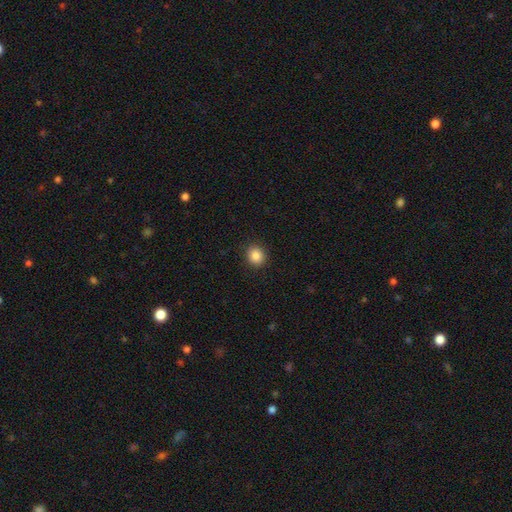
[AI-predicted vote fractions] Overall: smooth (87%). How rounded: round (82%). Merging: none (91%).